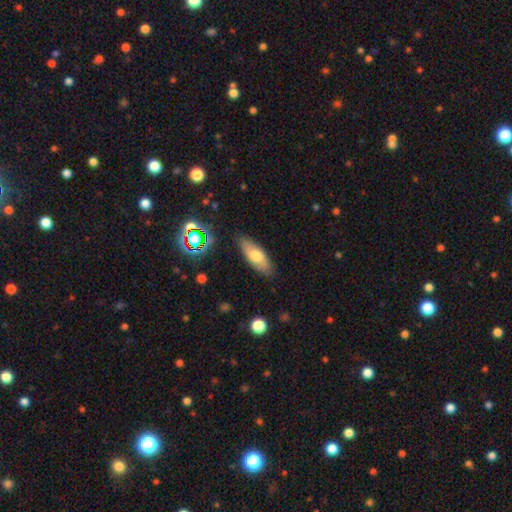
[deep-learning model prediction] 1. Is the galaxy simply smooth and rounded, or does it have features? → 67% smooth, 25% featured or disk, 8% star or artifact.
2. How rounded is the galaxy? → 71% in between, 26% cigar-shaped, 3% round.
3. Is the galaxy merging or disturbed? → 84% none, 12% minor disturbance, 2% major disturbance, 2% merger.